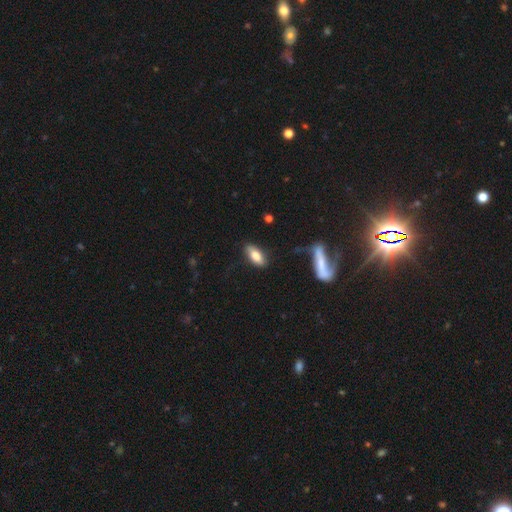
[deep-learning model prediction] Q: Smooth or featured?
A: smooth (78%); runner-up: featured or disk (15%)
Q: How rounded?
A: in between (84%); runner-up: cigar-shaped (13%)
Q: Merging?
A: none (77%); runner-up: minor disturbance (16%)